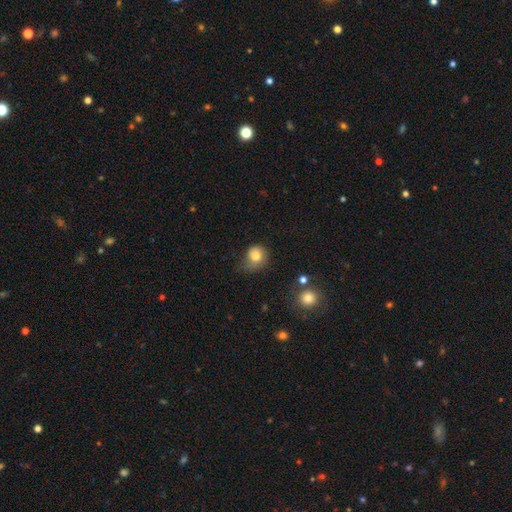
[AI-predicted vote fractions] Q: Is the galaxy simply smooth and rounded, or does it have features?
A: smooth — 78%.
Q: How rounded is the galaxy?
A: round — 75%.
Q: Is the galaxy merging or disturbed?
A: none — 41%.